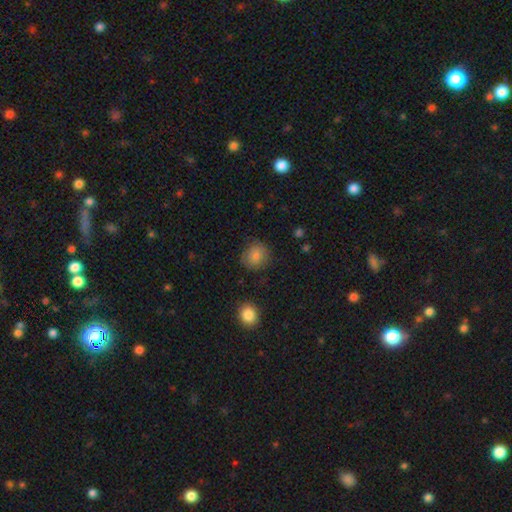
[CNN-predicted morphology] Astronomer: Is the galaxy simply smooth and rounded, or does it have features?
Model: smooth — 82%.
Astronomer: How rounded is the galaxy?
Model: round — 82%.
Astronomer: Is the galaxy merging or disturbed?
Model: none — 82%.